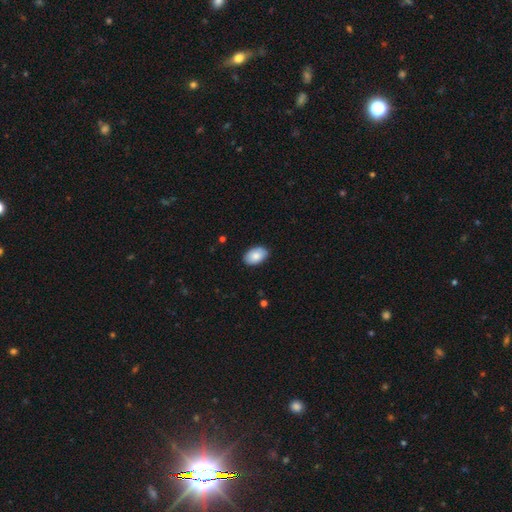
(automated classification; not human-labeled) A smooth galaxy with no disk features (86%) that is in between round and cigar-shaped (92%). Merging: none (89%).